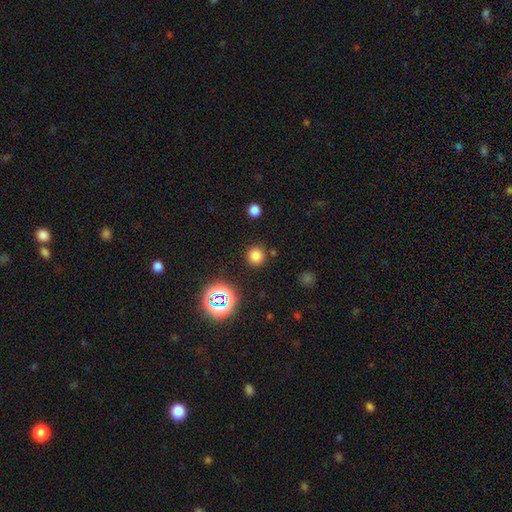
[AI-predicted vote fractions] Smooth or featured? Predicted: smooth (p=0.75). How rounded? Predicted: round (p=0.93). Merging? Predicted: none (p=0.87).